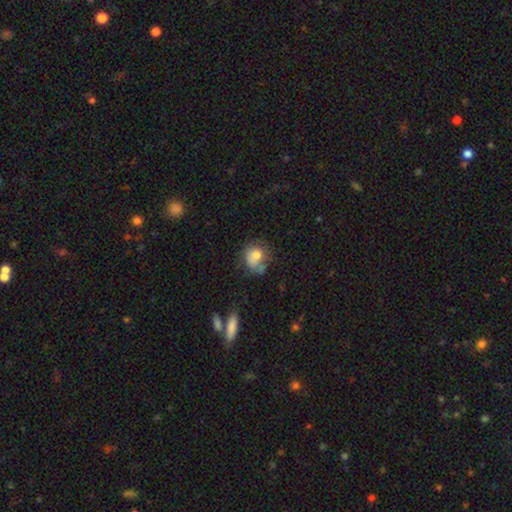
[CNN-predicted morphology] Overall: smooth (70%). How rounded: round (62%; in between 37%). Merging: none (39%; minor disturbance 27%).